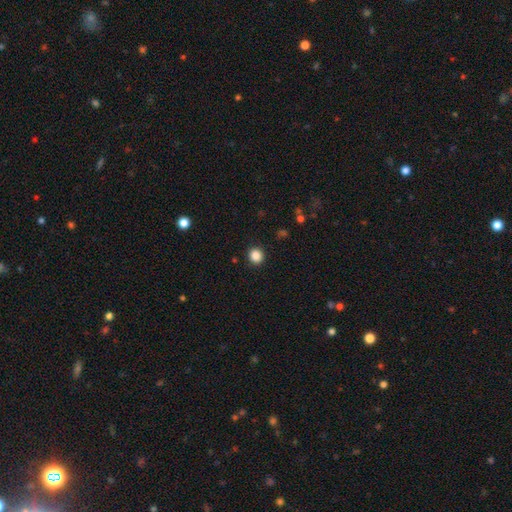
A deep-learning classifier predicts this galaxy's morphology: smooth_or_featured: smooth (p=0.87) [alt: star or artifact p=0.11]
how_rounded: round (p=0.92) [alt: in between p=0.07]
merging: none (p=0.92) [alt: minor disturbance p=0.05]